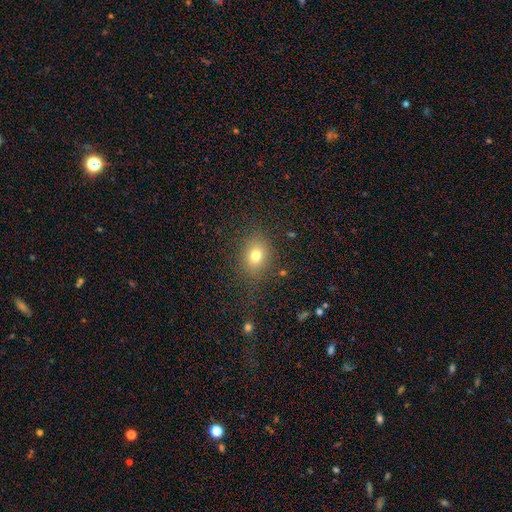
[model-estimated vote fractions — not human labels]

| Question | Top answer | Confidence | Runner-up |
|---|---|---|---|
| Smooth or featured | smooth | 76% | star or artifact (14%) |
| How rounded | in between | 49% | tied: round (49%) |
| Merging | none | 81% | minor disturbance (12%) |